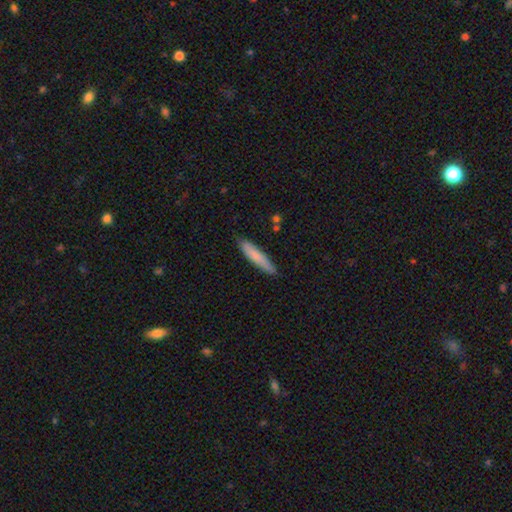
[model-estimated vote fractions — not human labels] Smooth or featured? smooth (76%)
How rounded? cigar-shaped (88%)
Merging? none (85%)